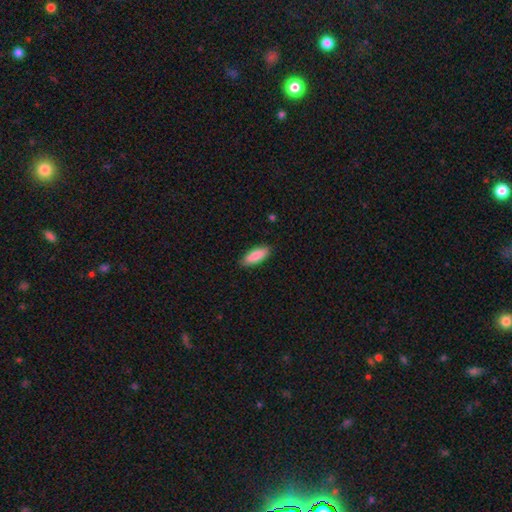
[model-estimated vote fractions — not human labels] Smooth or featured? smooth (88%)
How rounded? in between (72%)
Merging? none (88%)